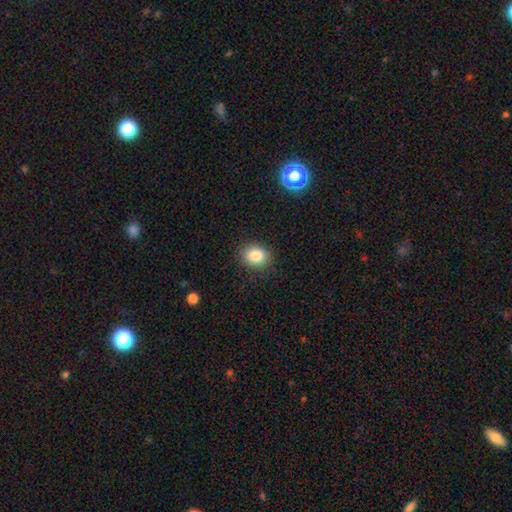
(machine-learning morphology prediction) This is clearly a smooth galaxy (84%). How rounded: possibly round (50%). Merging: clearly none (87%).